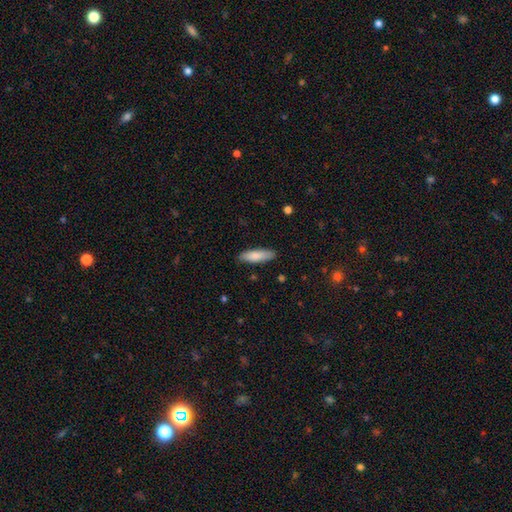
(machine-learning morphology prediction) Overall: smooth (84%). How rounded: cigar-shaped (57%; in between 42%). Merging: none (86%).